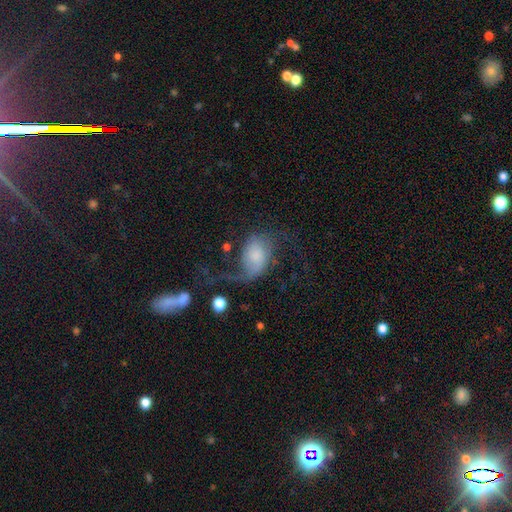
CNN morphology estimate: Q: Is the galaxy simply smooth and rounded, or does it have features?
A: featured or disk — 60%.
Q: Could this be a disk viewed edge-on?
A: no — 97%.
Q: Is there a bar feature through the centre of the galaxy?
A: no — 66%.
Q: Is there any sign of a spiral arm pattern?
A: yes — 87%.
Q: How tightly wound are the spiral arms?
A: loose — 79%.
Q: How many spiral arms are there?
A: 2 — 67%.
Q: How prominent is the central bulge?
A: small — 30%, tied with moderate.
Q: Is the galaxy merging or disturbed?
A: major disturbance — 40%.